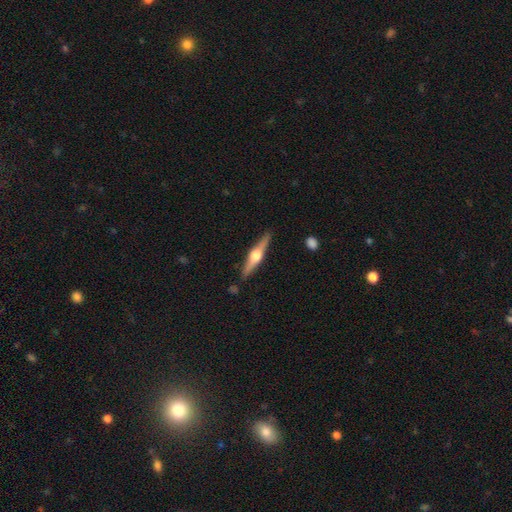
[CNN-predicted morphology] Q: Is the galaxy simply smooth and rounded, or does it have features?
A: featured or disk — 77%.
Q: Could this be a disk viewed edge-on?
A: yes — 98%.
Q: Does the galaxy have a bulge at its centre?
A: rounded — 95%.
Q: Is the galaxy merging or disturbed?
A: none — 88%.